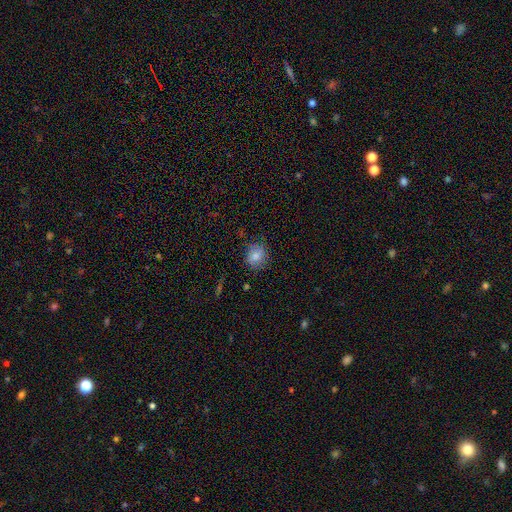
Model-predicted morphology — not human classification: Smooth or featured?
  - smooth: 76% *
  - featured or disk: 14%
  - star or artifact: 10%
How rounded?
  - round: 74% *
  - in between: 25%
  - cigar-shaped: 1%
Merging?
  - none: 71% *
  - minor disturbance: 21%
  - major disturbance: 6%
  - merger: 2%